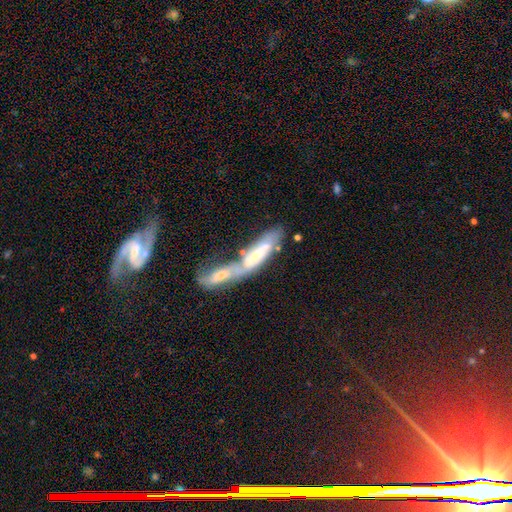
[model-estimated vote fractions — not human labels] smooth-or-featured: smooth: 47% | featured or disk: 45% | star or artifact: 7%
  merging: merger: 68% | none: 18% | minor disturbance: 8% | major disturbance: 6%